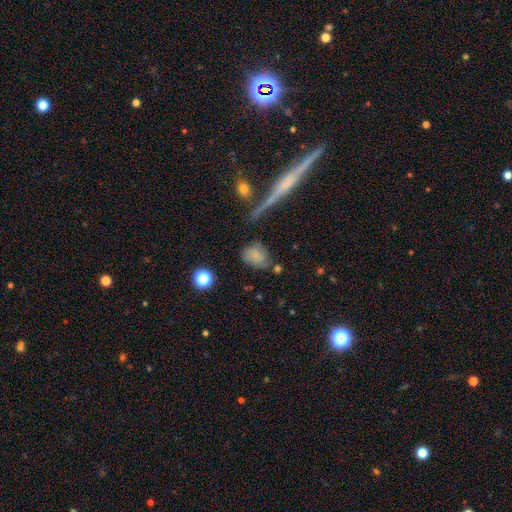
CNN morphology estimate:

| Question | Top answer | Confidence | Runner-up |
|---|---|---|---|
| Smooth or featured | smooth | 70% | featured or disk (19%) |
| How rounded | in between | 54% | round (43%) |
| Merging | none | 61% | minor disturbance (22%) |